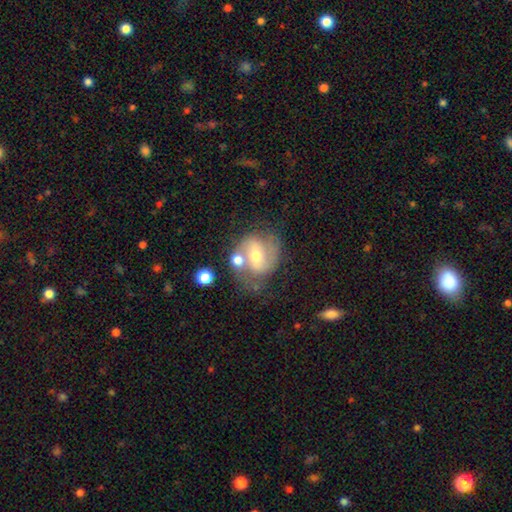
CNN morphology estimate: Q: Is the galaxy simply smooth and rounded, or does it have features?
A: featured or disk — 70%.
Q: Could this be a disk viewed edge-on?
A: no — 97%.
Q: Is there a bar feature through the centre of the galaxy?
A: weak — 45%.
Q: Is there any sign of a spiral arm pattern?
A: yes — 86%.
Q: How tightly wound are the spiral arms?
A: medium — 53%.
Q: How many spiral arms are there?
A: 2 — 85%.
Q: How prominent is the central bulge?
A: moderate — 63%.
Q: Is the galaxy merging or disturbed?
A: none — 52%.